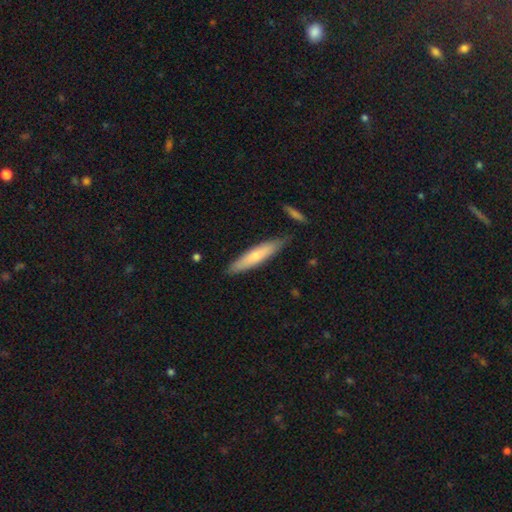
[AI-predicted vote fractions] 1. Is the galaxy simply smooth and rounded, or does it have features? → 63% smooth, 31% featured or disk, 5% star or artifact.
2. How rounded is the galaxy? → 84% cigar-shaped, 14% in between, 1% round.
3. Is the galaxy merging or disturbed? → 82% none, 13% minor disturbance, 3% merger, 2% major disturbance.